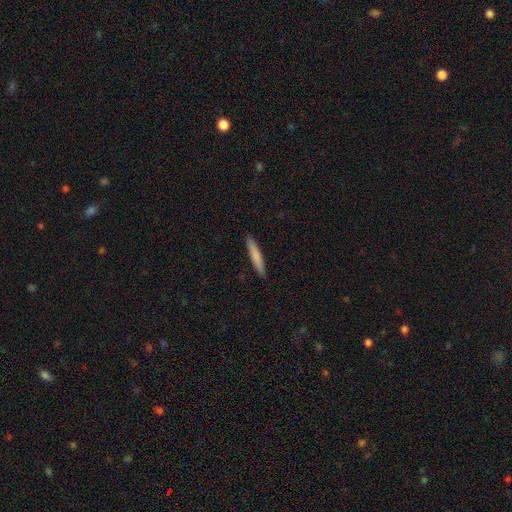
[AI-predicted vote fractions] This appears to be a smooth galaxy with no disk features (79%) that is cigar-shaped (94%). Merging: none (92%).